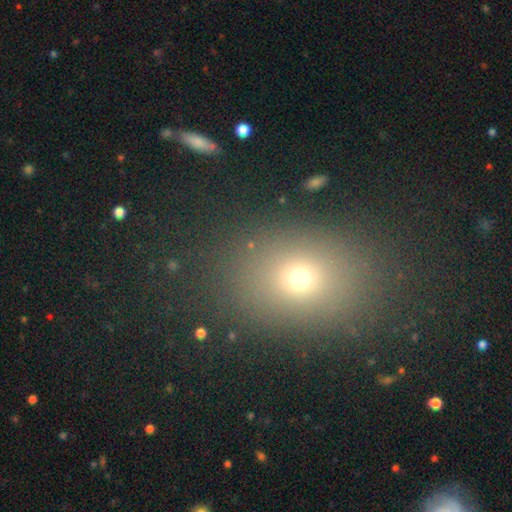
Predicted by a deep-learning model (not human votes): This appears to be a smooth galaxy with no disk features (63%) that is in between round and cigar-shaped (52%). Merging: none (86%).